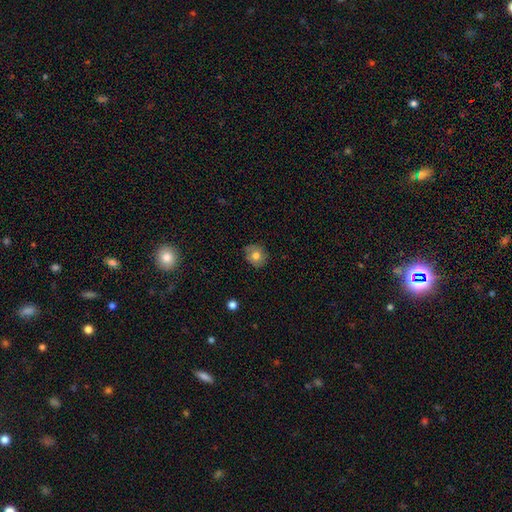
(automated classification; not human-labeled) smooth-or-featured: smooth: 73% | featured or disk: 17% | star or artifact: 10%
  how-rounded: round: 78% | in between: 21% | cigar-shaped: 1%
  merging: none: 79% | minor disturbance: 17% | major disturbance: 3% | merger: 1%